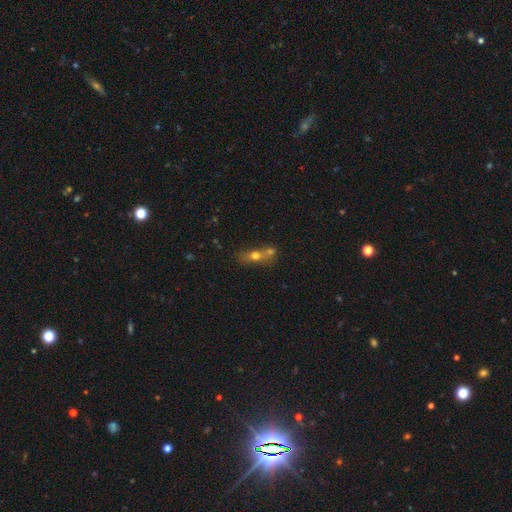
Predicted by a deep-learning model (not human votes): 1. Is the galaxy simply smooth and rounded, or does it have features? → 60% smooth, 28% featured or disk, 12% star or artifact.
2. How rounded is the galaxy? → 52% in between, 27% round, 21% cigar-shaped.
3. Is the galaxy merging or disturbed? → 49% merger, 35% none, 10% minor disturbance, 6% major disturbance.